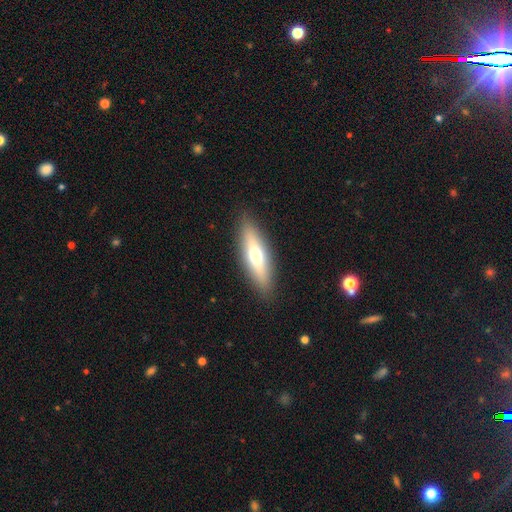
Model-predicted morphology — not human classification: A smooth galaxy with no disk features (56%) that is cigar-shaped (54%). Merging: none (88%).